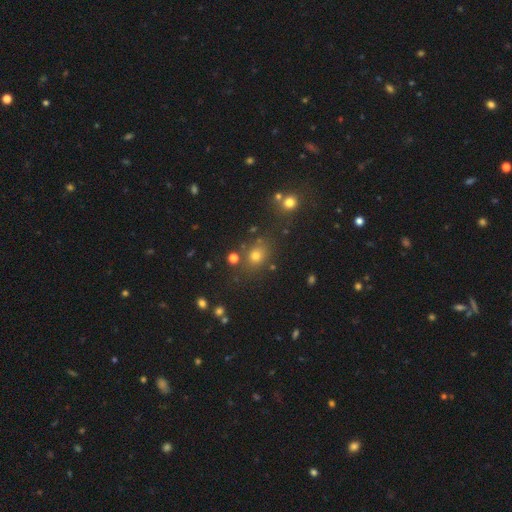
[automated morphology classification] This is likely a smooth galaxy (68%). How rounded: likely round (68%). Merging: likely none (77%).